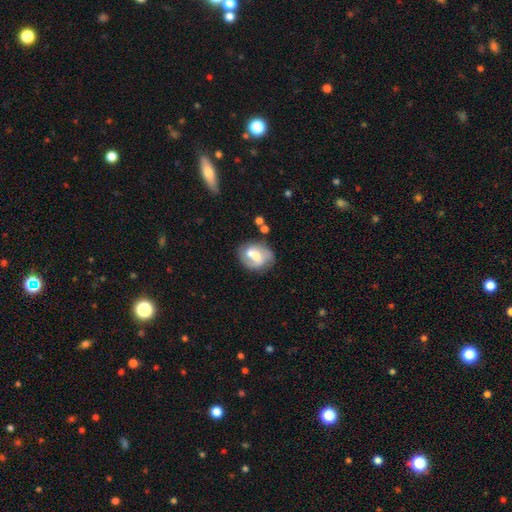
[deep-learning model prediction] Q: Smooth or featured?
A: featured or disk (50%); runner-up: smooth (43%)
Q: Merging?
A: none (48%); runner-up: merger (22%)